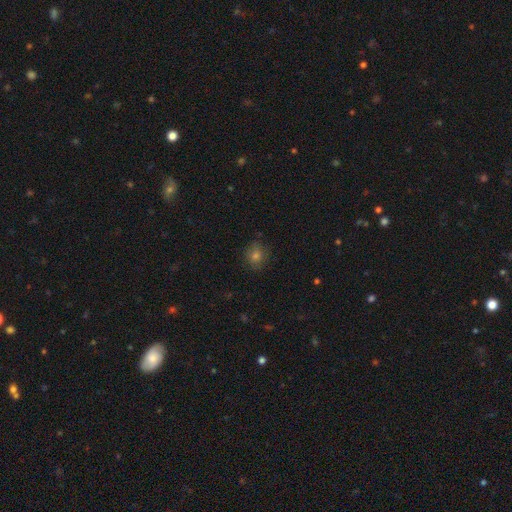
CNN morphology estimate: Smooth or featured?
  - smooth: 72% *
  - star or artifact: 19%
  - featured or disk: 9%
How rounded?
  - round: 80% *
  - in between: 19%
  - cigar-shaped: 1%
Merging?
  - none: 85% *
  - minor disturbance: 12%
  - major disturbance: 3%
  - merger: 1%